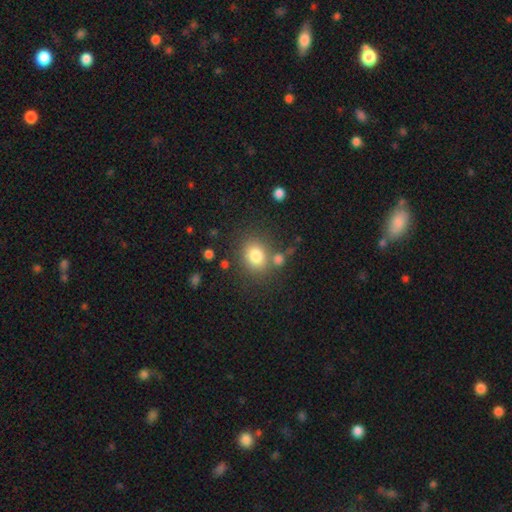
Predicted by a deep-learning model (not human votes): Morphology: type=smooth (80%); roundness=round (61%); merging=none (71%).